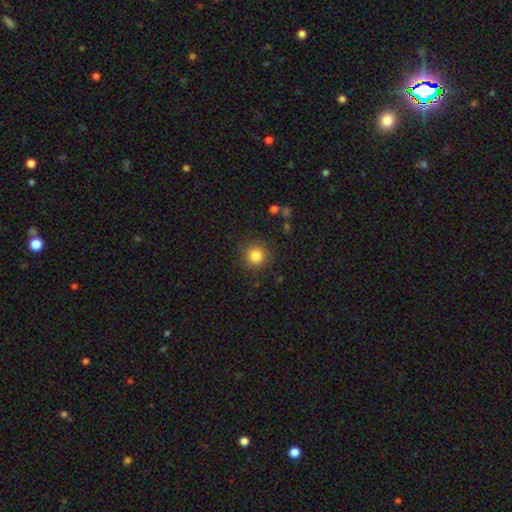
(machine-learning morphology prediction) A smooth galaxy with no disk features (83%) that is round (94%).

Vote fractions:
- Smooth or featured? smooth: 83% / star or artifact: 11% / featured or disk: 5%
- How rounded? round: 94% / in between: 5% / cigar-shaped: 1%
- Merging? none: 87% / minor disturbance: 9% / major disturbance: 3% / merger: 1%